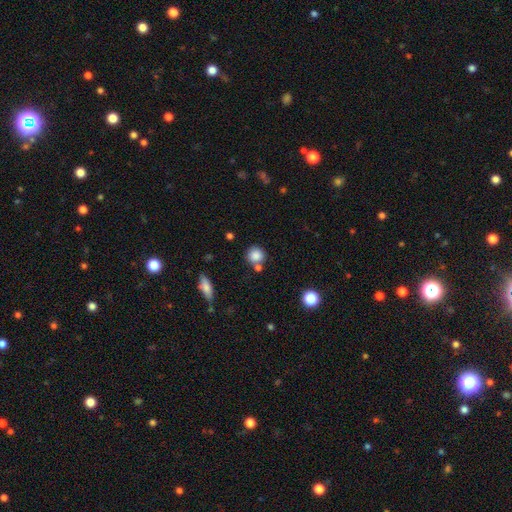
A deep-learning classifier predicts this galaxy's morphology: Overall: smooth (85%). How rounded: round (89%). Merging: none (68%).